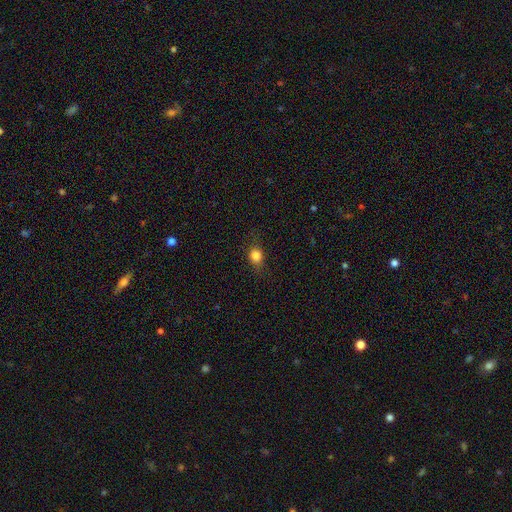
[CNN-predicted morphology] A smooth galaxy with no disk features (82%) that is round (65%). Merging: none (78%).